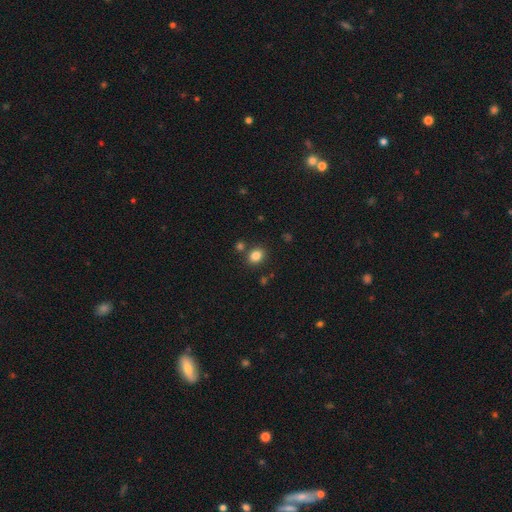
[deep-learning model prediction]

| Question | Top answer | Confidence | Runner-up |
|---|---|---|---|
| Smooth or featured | smooth | 83% | star or artifact (11%) |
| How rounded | in between | 54% | round (45%) |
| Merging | none | 78% | minor disturbance (10%) |